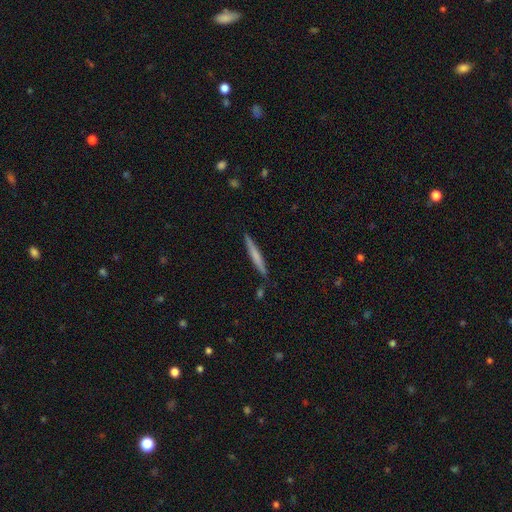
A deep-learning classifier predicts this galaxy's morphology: Smooth or featured?
  - smooth: 61% *
  - featured or disk: 34%
  - star or artifact: 5%
How rounded?
  - cigar-shaped: 96% *
  - in between: 3%
  - round: 1%
Merging?
  - none: 88% *
  - minor disturbance: 8%
  - merger: 2%
  - major disturbance: 2%